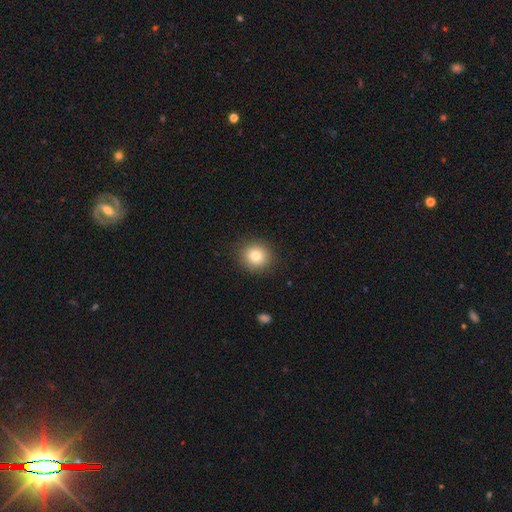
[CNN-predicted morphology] The model was most divided on "smooth or featured": smooth: 80%, star or artifact: 11%, featured or disk: 9%. More confident: merging — none (90%); how rounded — round (90%).